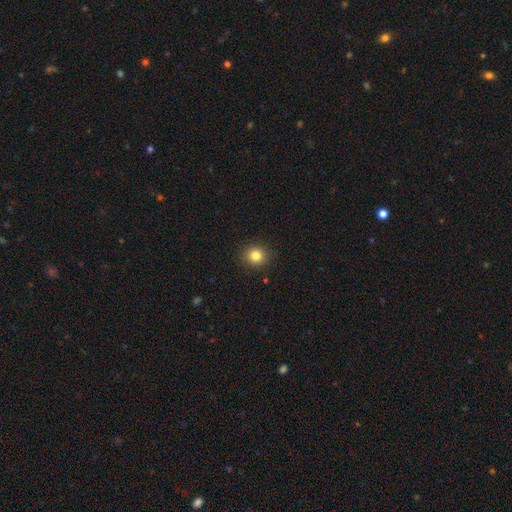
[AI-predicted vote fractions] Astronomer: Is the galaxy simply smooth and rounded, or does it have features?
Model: smooth — 83%.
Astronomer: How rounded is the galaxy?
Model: round — 86%.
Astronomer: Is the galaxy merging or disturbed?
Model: none — 91%.